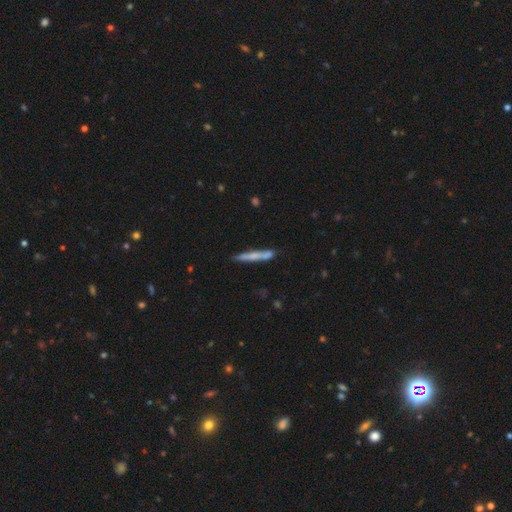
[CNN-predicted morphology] Smooth or featured: smooth — 54% (featured or disk — 39%)
How rounded: cigar-shaped — 95% (in between — 4%)
Merging: none — 77% (minor disturbance — 14%)